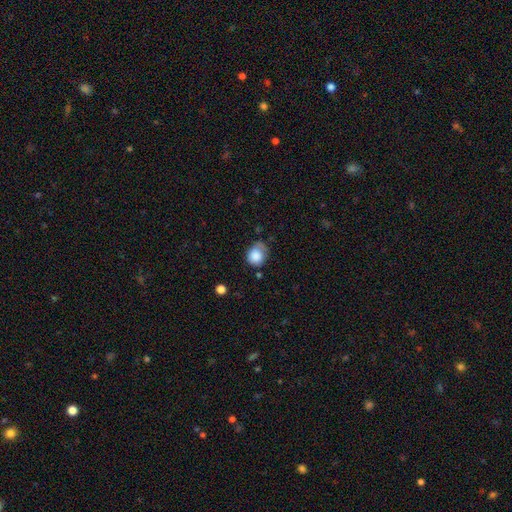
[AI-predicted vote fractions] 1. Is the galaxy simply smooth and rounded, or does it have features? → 83% smooth, 9% featured or disk, 8% star or artifact.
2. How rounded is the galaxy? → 65% round, 34% in between, 1% cigar-shaped.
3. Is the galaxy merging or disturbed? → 46% none, 37% minor disturbance, 14% major disturbance, 4% merger.